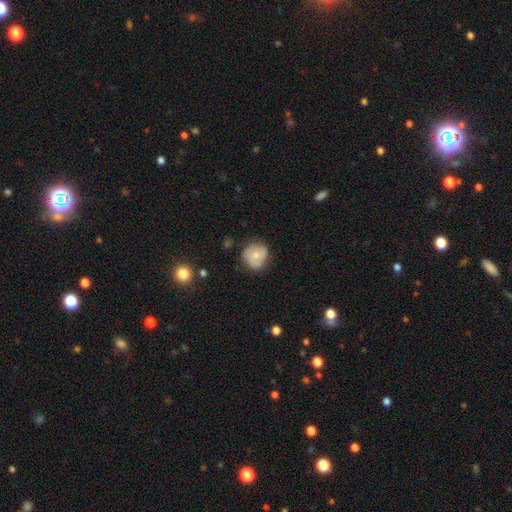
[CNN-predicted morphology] smooth 61%, featured or disk 31%, star or artifact 8%. Down the decision tree: how rounded — round (80%); merging — none (60%).